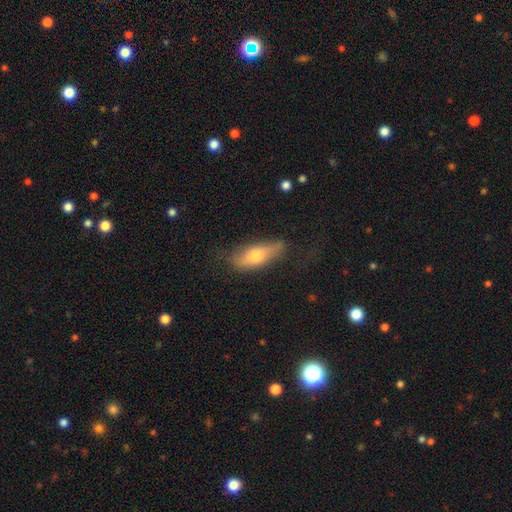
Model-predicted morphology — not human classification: A smooth galaxy with no disk features (58%) that is in between round and cigar-shaped (58%). Merging: none (66%).